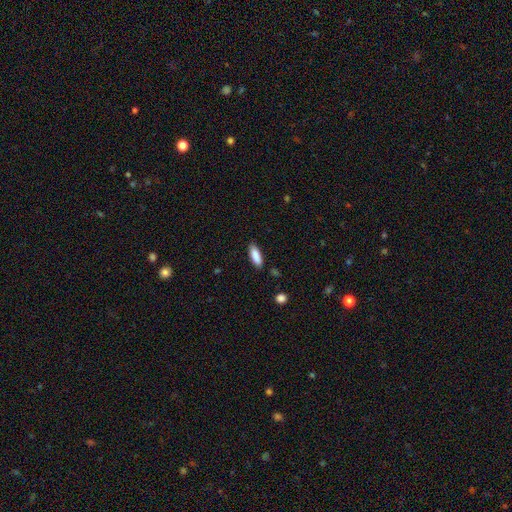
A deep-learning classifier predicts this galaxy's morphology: Smooth or featured? smooth (88%)
How rounded? in between (62%)
Merging? none (85%)